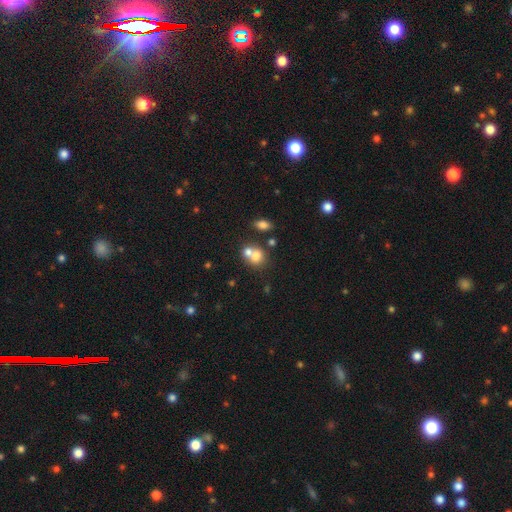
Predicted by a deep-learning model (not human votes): Morphology: type=smooth (71%); roundness=round (66%); merging=merger (55%).